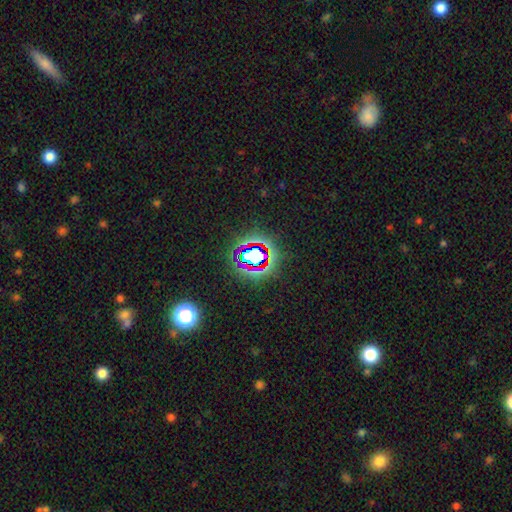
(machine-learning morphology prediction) Smooth or featured? star or artifact (70%)